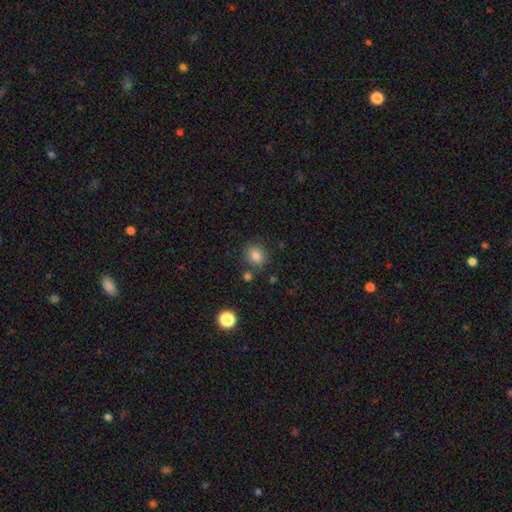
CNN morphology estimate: A smooth galaxy with no disk features (82%) that is round (66%). Merging: none (82%).